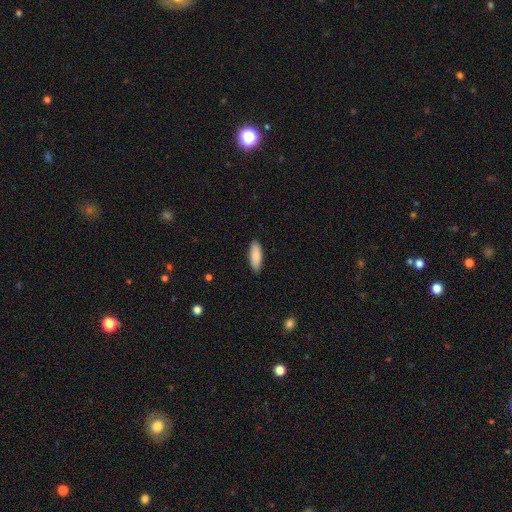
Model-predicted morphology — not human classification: type=smooth (89%); roundness=in between (69%); merging=none (88%).